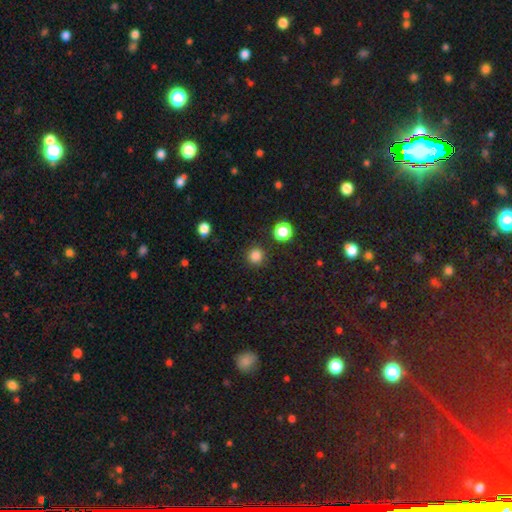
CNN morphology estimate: Smooth or featured?
  - smooth: 84% *
  - star or artifact: 13%
  - featured or disk: 3%
How rounded?
  - round: 94% *
  - in between: 5%
  - cigar-shaped: 1%
Merging?
  - none: 90% *
  - minor disturbance: 6%
  - major disturbance: 2%
  - merger: 2%